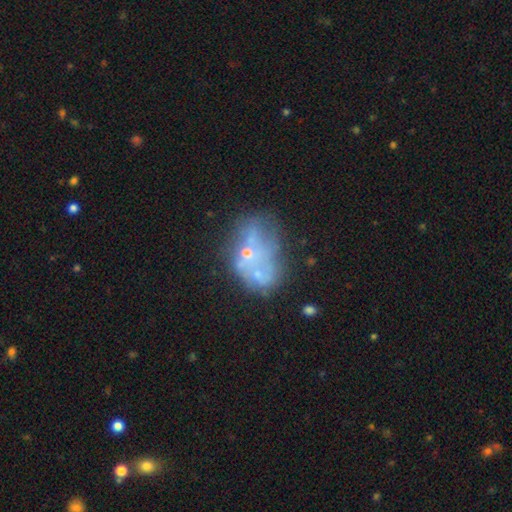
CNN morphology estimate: featured or disk 54%, smooth 28%, star or artifact 18%. Down the decision tree: edge-on disk — no (97%); bar — no (93%); spiral arms — no (93%); bulge size — small (41%); merging — none (33%).